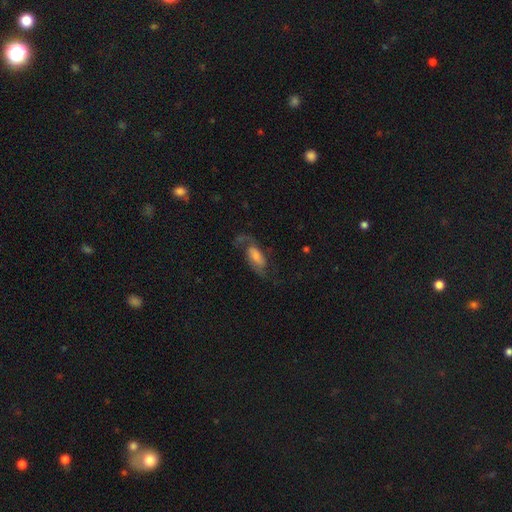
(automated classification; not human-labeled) The model was most divided on "bulge size": small: 34%, moderate: 31%, large: 18%, none: 13%, dominant: 4%. Remaining: edge-on disk — no (92%); spiral arms — yes (90%); spiral arm count — 2 (82%); smooth or featured — featured or disk (67%); merging — none (55%); spiral winding — loose (48%); bar — no (45%).